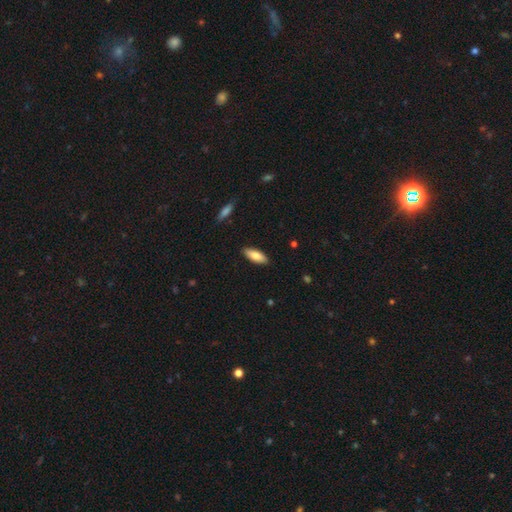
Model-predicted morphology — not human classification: The model was most divided on "how rounded": in between: 75%, cigar-shaped: 23%, round: 2%. More confident: merging — none (88%); smooth or featured — smooth (81%).